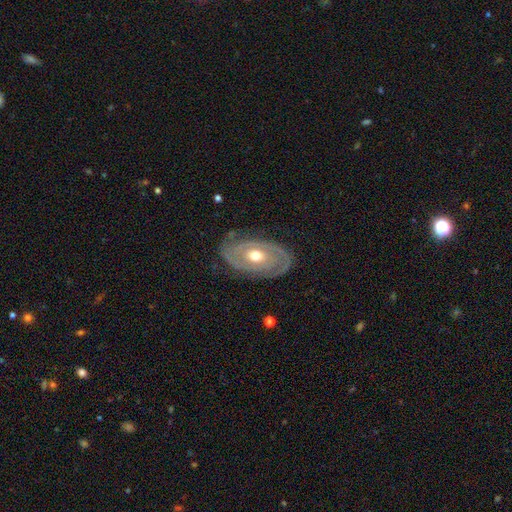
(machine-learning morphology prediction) The model was most divided on "spiral arm count": 2: 59%, can't tell: 25%, 1: 6%, 3: 5%, 4: 2%, more than 4: 2%. More confident: edge-on disk — no (93%); smooth or featured — featured or disk (79%); merging — none (79%); bar — no (77%); bulge size — moderate (75%); spiral arms — yes (72%); spiral winding — tight (70%).